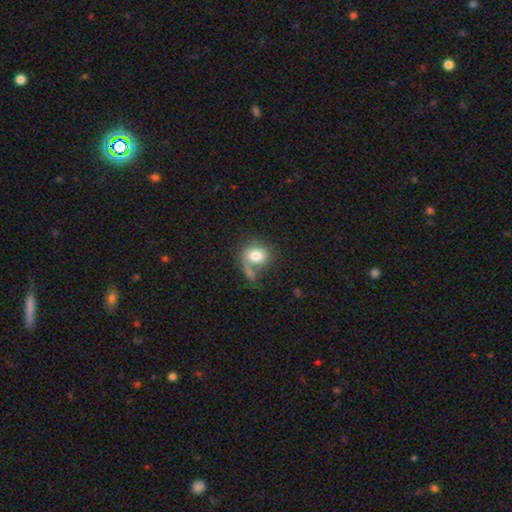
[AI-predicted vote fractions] This appears to be a smooth galaxy with no disk features (77%) that is round (57%). Merging: none (40%).